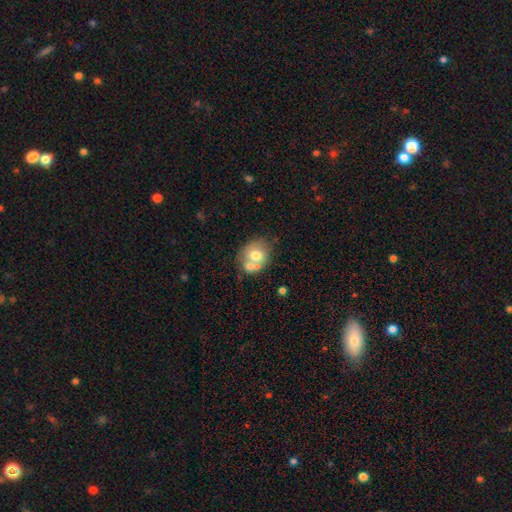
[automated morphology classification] A smooth galaxy with no disk features (62%) that is round (62%).

Vote fractions:
- Smooth or featured? smooth: 62% / featured or disk: 28% / star or artifact: 9%
- How rounded? round: 62% / in between: 37% / cigar-shaped: 1%
- Merging? none: 46% / merger: 36% / minor disturbance: 13% / major disturbance: 5%